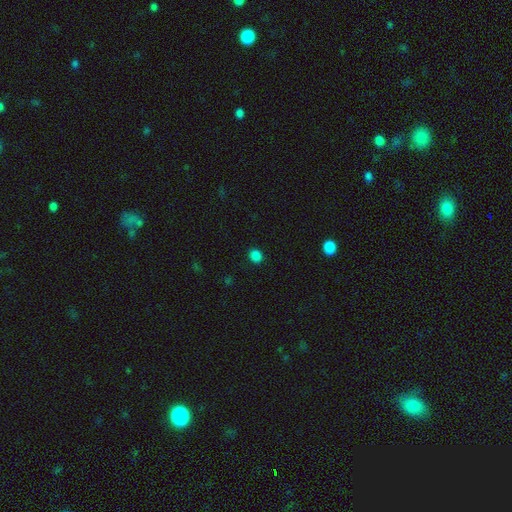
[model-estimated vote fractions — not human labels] smooth_or_featured: smooth (p=0.84) [alt: star or artifact p=0.13]
how_rounded: round (p=0.67) [alt: in between p=0.33]
merging: none (p=0.91) [alt: minor disturbance p=0.06]